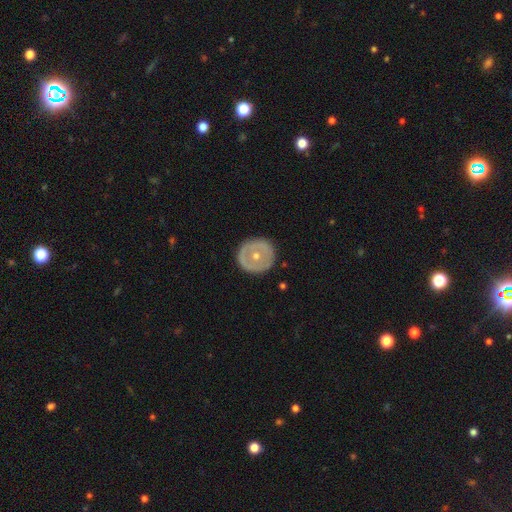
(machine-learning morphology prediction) This appears to be a featured or disk galaxy (55%) with no bar (90%), no spiral arms (91%) and a moderate central bulge (56%). Merging: none (87%).